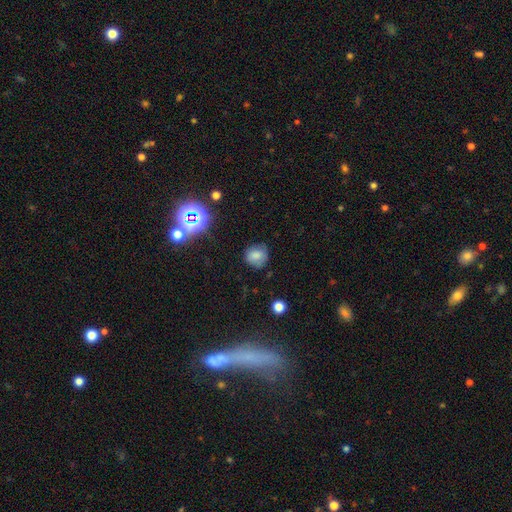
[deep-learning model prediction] Morphology: type=smooth (76%); roundness=round (84%); merging=none (75%).